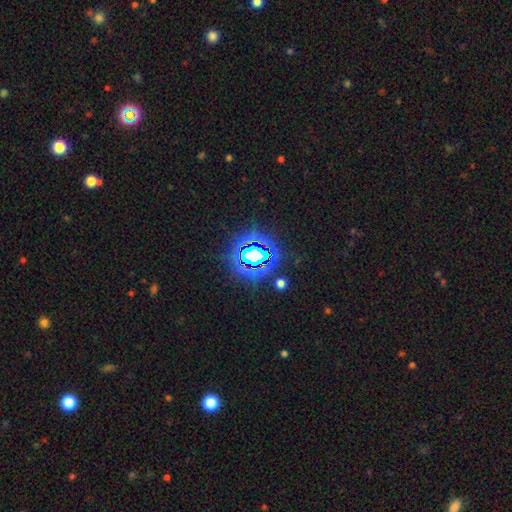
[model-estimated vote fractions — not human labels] Smooth or featured?
  - star or artifact: 73% *
  - smooth: 16%
  - featured or disk: 12%